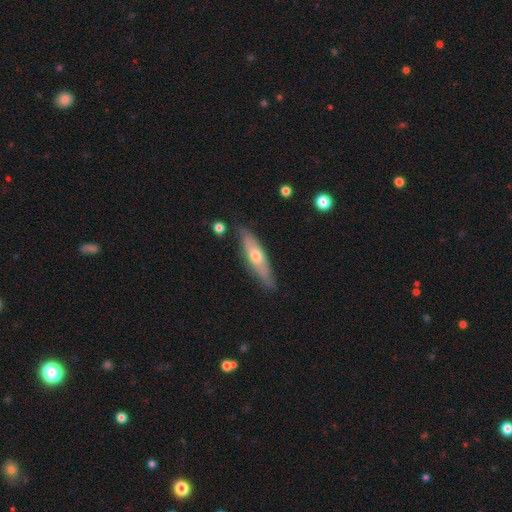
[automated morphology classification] A featured or disk galaxy (52%) viewed edge-on (66%).

Vote fractions:
- Smooth or featured? featured or disk: 52% / smooth: 42% / star or artifact: 6%
- Edge-on disk? yes: 66% / no: 34%
- Merging? none: 81% / minor disturbance: 15% / major disturbance: 3% / merger: 2%